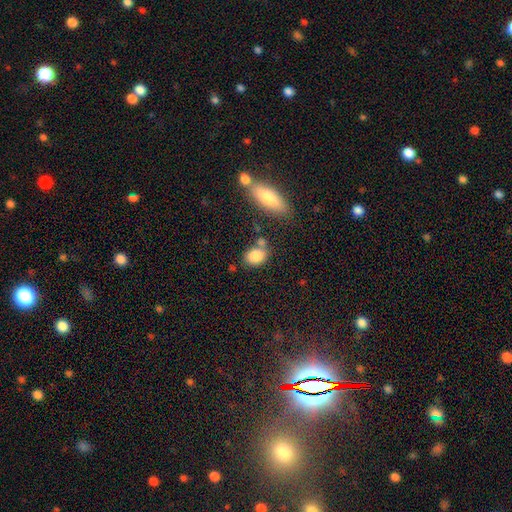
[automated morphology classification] type=smooth (85%); roundness=in between (71%); merging=none (60%).